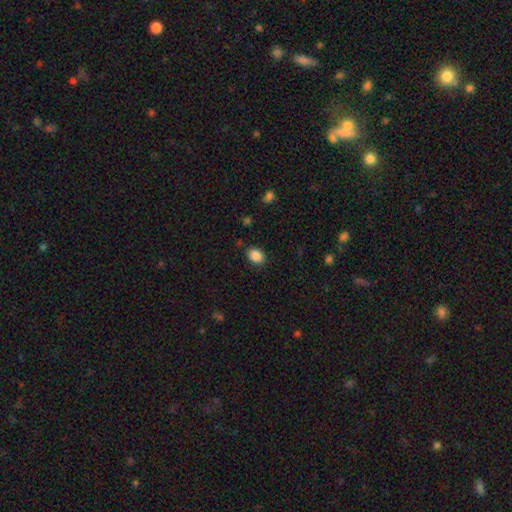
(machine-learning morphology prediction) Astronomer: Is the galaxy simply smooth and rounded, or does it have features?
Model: smooth — 87%.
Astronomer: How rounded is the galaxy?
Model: in between — 71%.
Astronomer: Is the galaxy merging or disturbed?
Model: none — 86%.